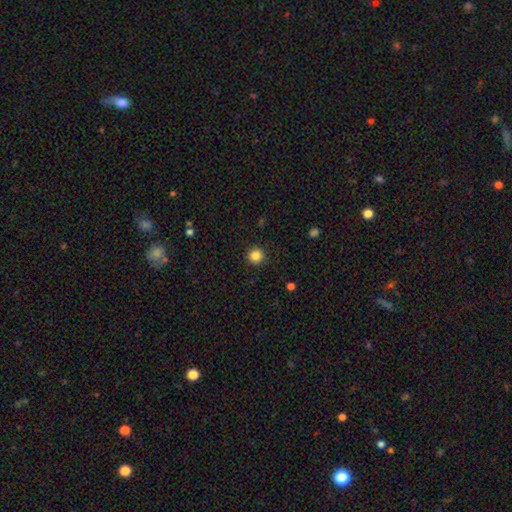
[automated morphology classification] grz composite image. It shows a smooth galaxy with no disk features (85%) that is round (95%). Merging: none (93%).